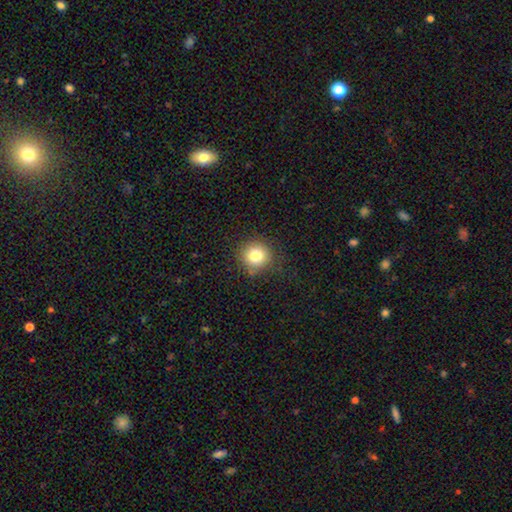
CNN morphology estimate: Overall: smooth (80%). How rounded: round (93%). Merging: none (85%).